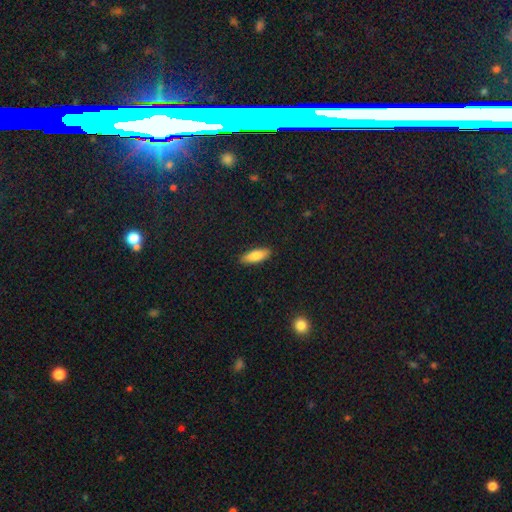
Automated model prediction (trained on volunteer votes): Morphology: type=smooth (84%); roundness=in between (60%); merging=none (88%).